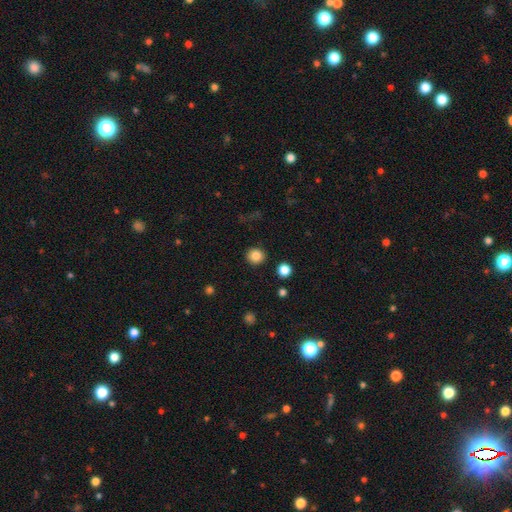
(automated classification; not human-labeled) Morphology: type=smooth (84%); roundness=round (91%); merging=none (91%).